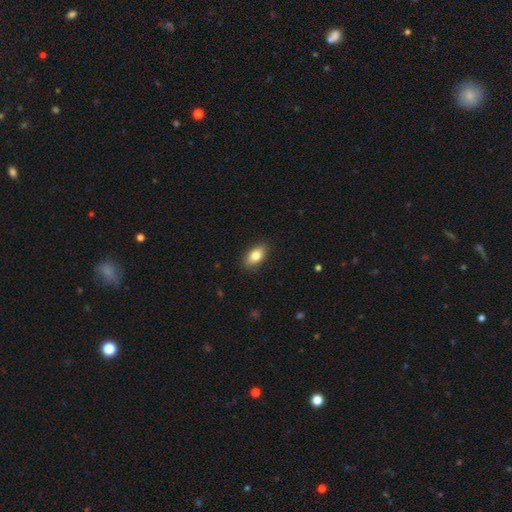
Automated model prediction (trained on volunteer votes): The model was most divided on "smooth or featured": smooth: 81%, featured or disk: 11%, star or artifact: 8%. More confident: how rounded — in between (88%); merging — none (87%).